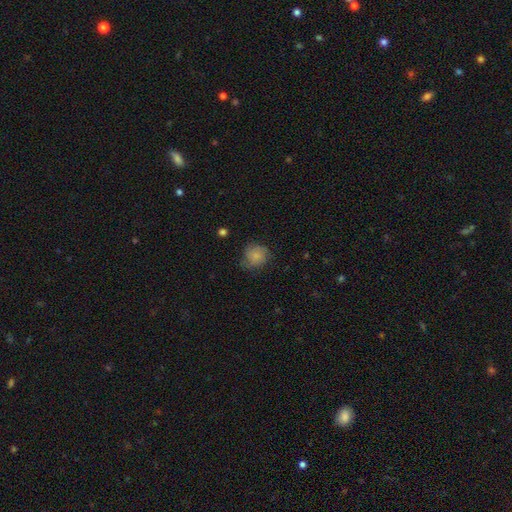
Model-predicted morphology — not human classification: smooth_or_featured: smooth (p=0.71) [alt: featured or disk p=0.20]
how_rounded: round (p=0.83) [alt: in between p=0.16]
merging: none (p=0.63) [alt: minor disturbance p=0.27]